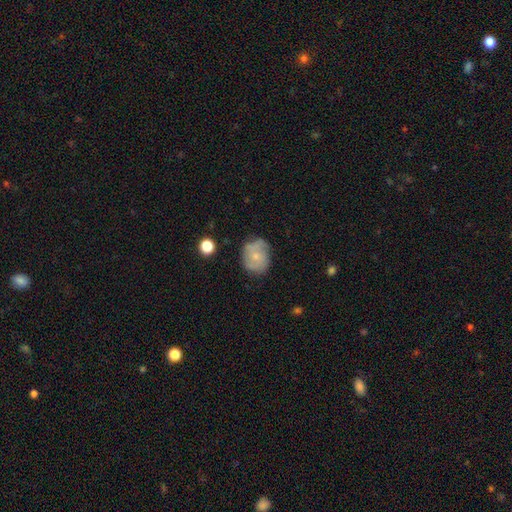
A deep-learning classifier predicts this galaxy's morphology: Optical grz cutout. It shows a smooth galaxy with no disk features (48%). Merging: none (62%).